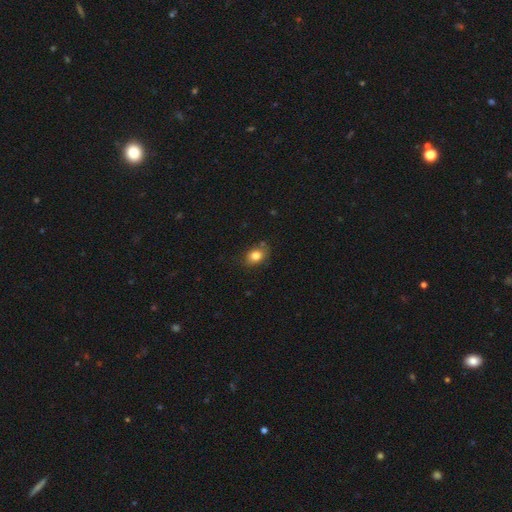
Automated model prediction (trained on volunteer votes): A smooth galaxy with no disk features (82%) that is in between round and cigar-shaped (65%).

Vote fractions:
- Smooth or featured? smooth: 82% / star or artifact: 10% / featured or disk: 8%
- How rounded? in between: 65% / round: 33% / cigar-shaped: 1%
- Merging? none: 73% / minor disturbance: 19% / major disturbance: 4% / merger: 4%